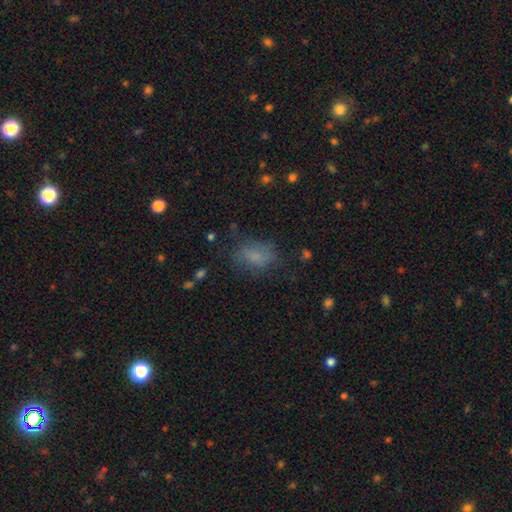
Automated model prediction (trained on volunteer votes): smooth 73%, star or artifact 14%, featured or disk 13%. Down the decision tree: how rounded — in between (83%); merging — none (63%).